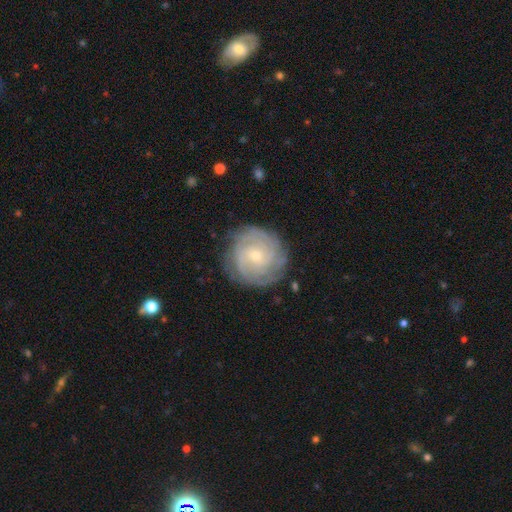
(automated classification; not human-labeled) Smooth or featured?
  - featured or disk: 80% *
  - smooth: 14%
  - star or artifact: 6%
Edge-on disk?
  - no: 97% *
  - yes: 3%
Bar?
  - no: 74% *
  - weak: 22%
  - strong: 4%
Spiral arms?
  - yes: 94% *
  - no: 6%
Spiral winding?
  - tight: 78% *
  - medium: 18%
  - loose: 4%
Spiral arm count?
  - can't tell: 36% *
  - 3: 18%
  - 4: 17%
  - 2: 15%
  - more than 4: 8%
  - 1: 6%
Bulge size?
  - small: 75% *
  - moderate: 21%
  - none: 1%
  - large: 1%
  - dominant: 1%
Merging?
  - none: 82% *
  - minor disturbance: 13%
  - major disturbance: 4%
  - merger: 1%